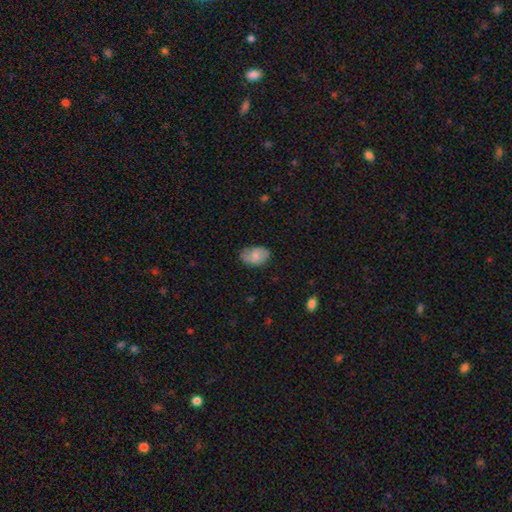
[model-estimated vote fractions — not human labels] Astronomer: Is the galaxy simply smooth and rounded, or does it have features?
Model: smooth — 55% (runner-up: featured or disk, 37%).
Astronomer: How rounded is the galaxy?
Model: in between — 84%.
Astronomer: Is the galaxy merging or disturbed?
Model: none — 70%.